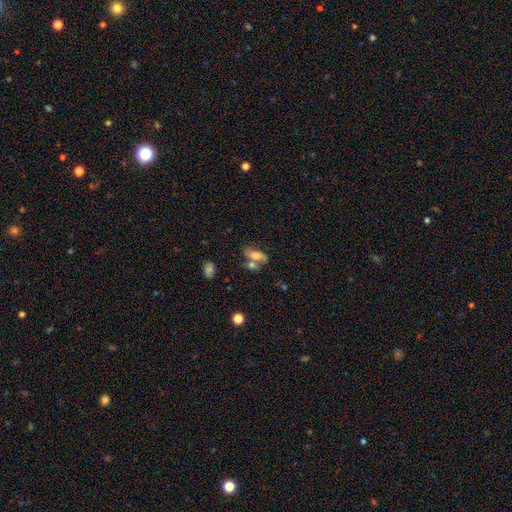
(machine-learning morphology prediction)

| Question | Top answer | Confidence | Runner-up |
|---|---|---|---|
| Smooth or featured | smooth | 62% | featured or disk (28%) |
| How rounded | in between | 84% | cigar-shaped (10%) |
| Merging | none | 37% | merger (35%) |